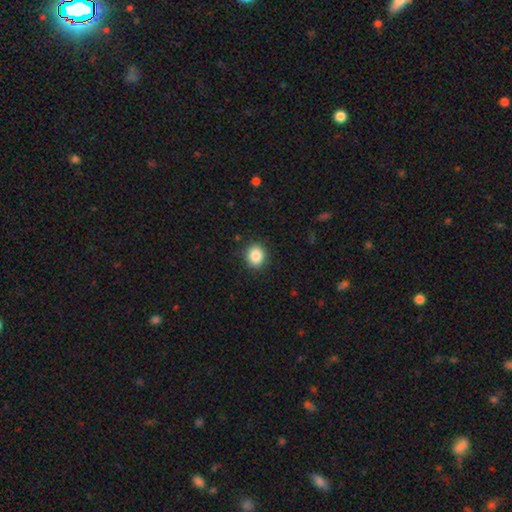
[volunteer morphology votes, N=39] Smooth or featured? smooth (92%)
How rounded? round (67%)
Merging? none (92%)